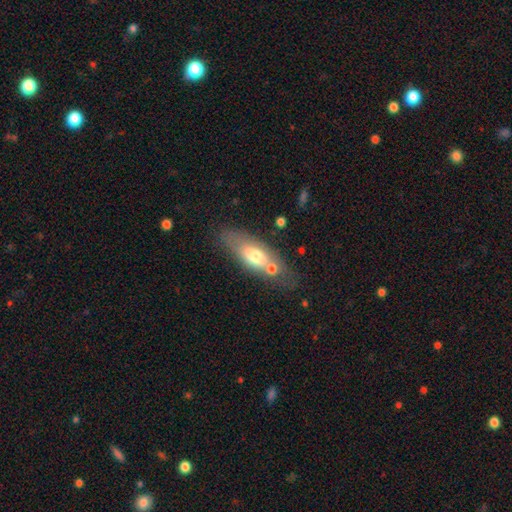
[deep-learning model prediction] Smooth or featured?
  - smooth: 61% *
  - featured or disk: 32%
  - star or artifact: 8%
How rounded?
  - in between: 70% *
  - cigar-shaped: 26%
  - round: 4%
Merging?
  - none: 56% *
  - merger: 22%
  - minor disturbance: 16%
  - major disturbance: 7%